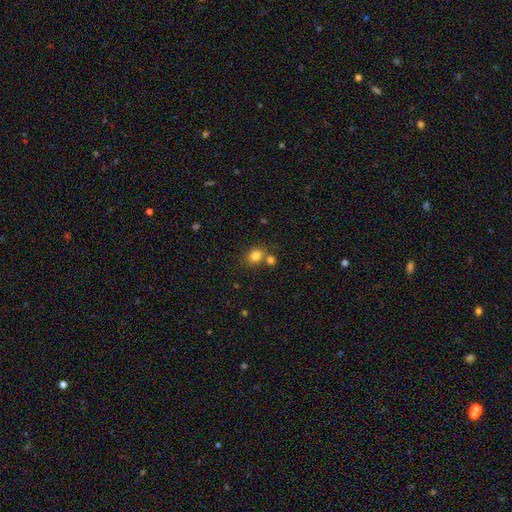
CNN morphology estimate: Smooth or featured? Predicted: smooth (p=0.82). How rounded? Predicted: round (p=0.55). Merging? Predicted: none (p=0.60).